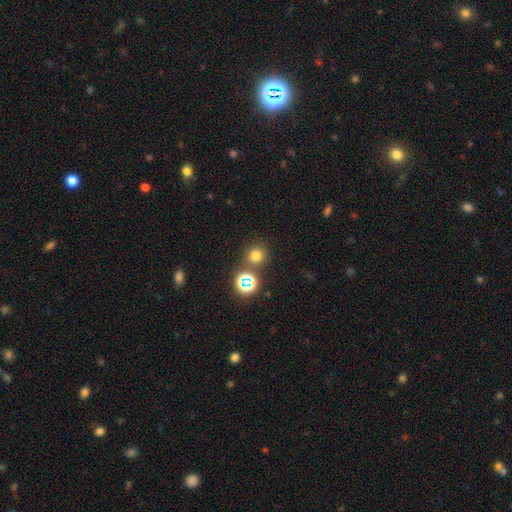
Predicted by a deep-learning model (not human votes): The model was most divided on "smooth or featured": smooth: 71%, star or artifact: 23%, featured or disk: 6%. More confident: how rounded — round (91%); merging — none (78%).